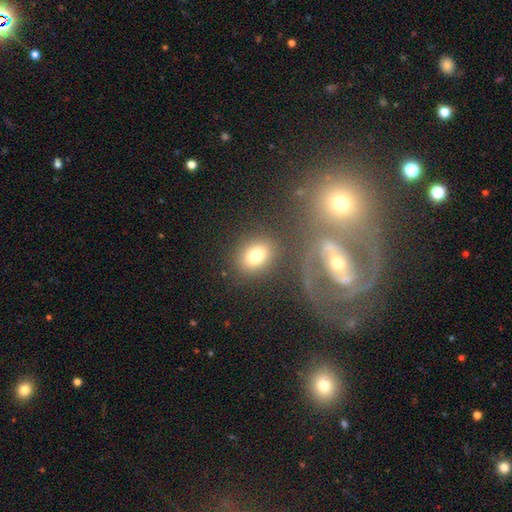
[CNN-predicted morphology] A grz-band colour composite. It shows a smooth galaxy with no disk features (78%) that is in between round and cigar-shaped (56%). Merging: none (78%).